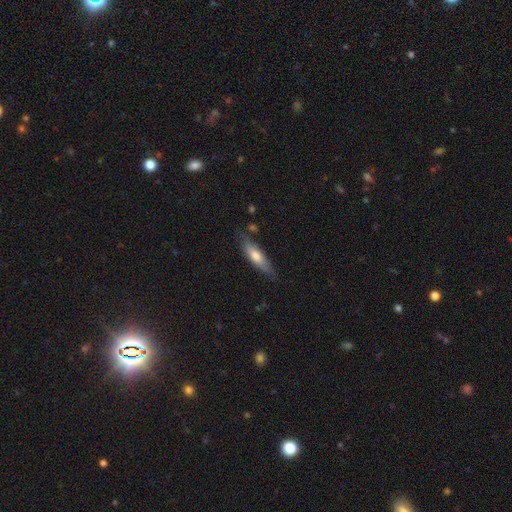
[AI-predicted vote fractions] A smooth galaxy with no disk features (62%) that is cigar-shaped (61%).

Vote fractions:
- Smooth or featured? smooth: 62% / featured or disk: 32% / star or artifact: 6%
- How rounded? cigar-shaped: 61% / in between: 37% / round: 2%
- Merging? none: 73% / minor disturbance: 20% / major disturbance: 4% / merger: 3%